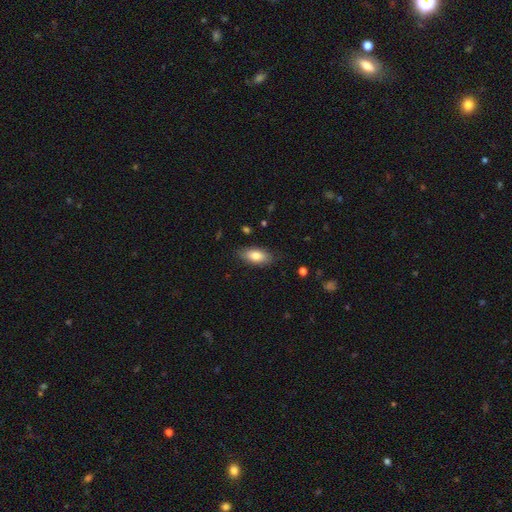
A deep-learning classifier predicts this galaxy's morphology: Smooth or featured? Predicted: smooth (p=0.79). How rounded? Predicted: in between (p=0.87). Merging? Predicted: none (p=0.82).